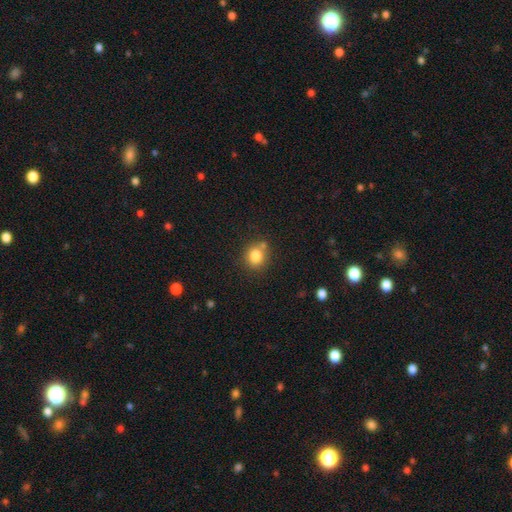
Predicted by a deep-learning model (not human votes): A smooth galaxy with no disk features (82%) that is round (78%).

Vote fractions:
- Smooth or featured? smooth: 82% / star or artifact: 11% / featured or disk: 7%
- How rounded? round: 78% / in between: 21% / cigar-shaped: 1%
- Merging? none: 69% / merger: 15% / minor disturbance: 13% / major disturbance: 3%